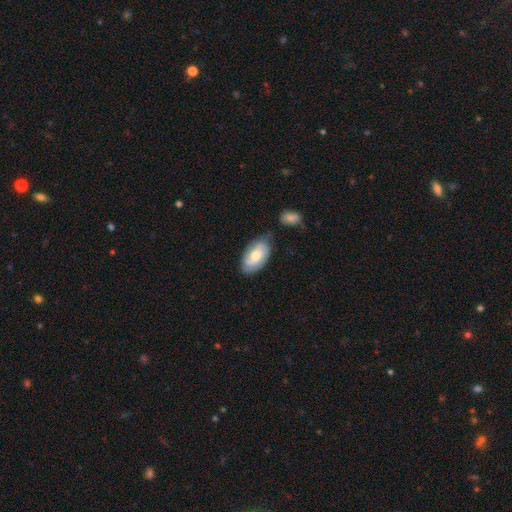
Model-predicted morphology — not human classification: smooth-or-featured: smooth: 47% | featured or disk: 46% | star or artifact: 7%
  merging: none: 66% | minor disturbance: 22% | merger: 7% | major disturbance: 5%